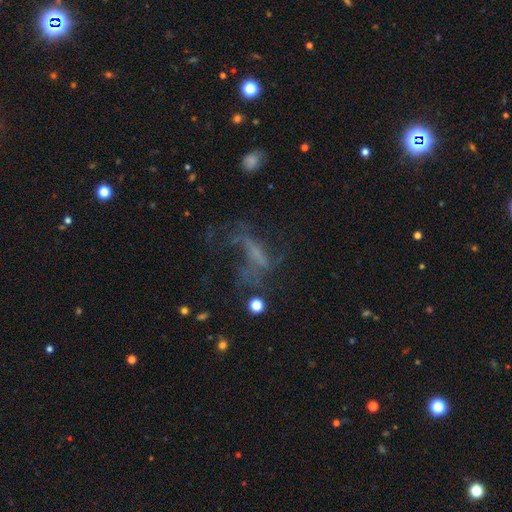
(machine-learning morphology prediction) smooth_or_featured: featured or disk (p=0.44) [alt: star or artifact p=0.29]
merging: major disturbance (p=0.44) [alt: none p=0.35]